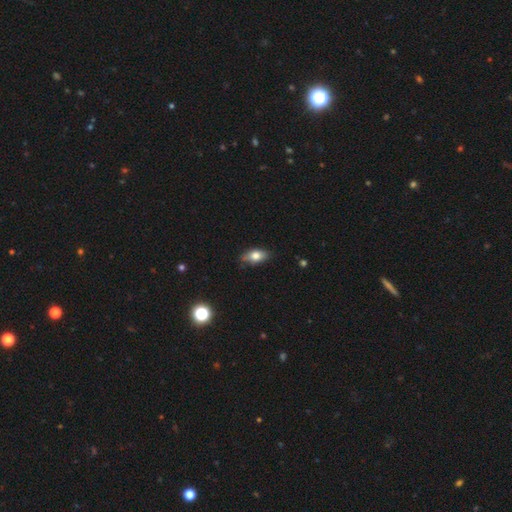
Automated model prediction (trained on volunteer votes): Smooth or featured?
  - smooth: 73% *
  - featured or disk: 20%
  - star or artifact: 8%
How rounded?
  - in between: 85% *
  - cigar-shaped: 8%
  - round: 7%
Merging?
  - none: 75% *
  - minor disturbance: 20%
  - major disturbance: 3%
  - merger: 2%